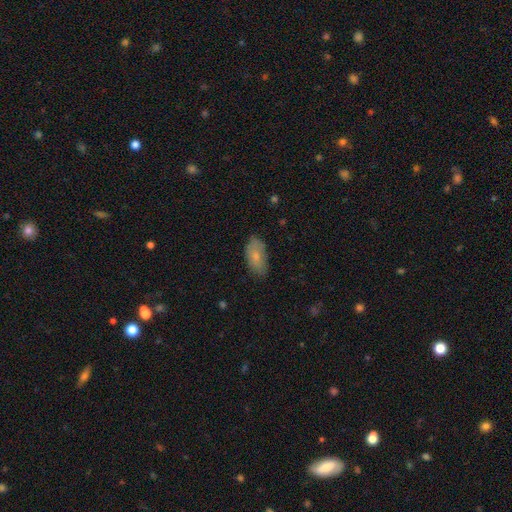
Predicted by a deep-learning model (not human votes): Smooth or featured? Predicted: smooth (p=0.74). How rounded? Predicted: in between (p=0.93). Merging? Predicted: none (p=0.72).